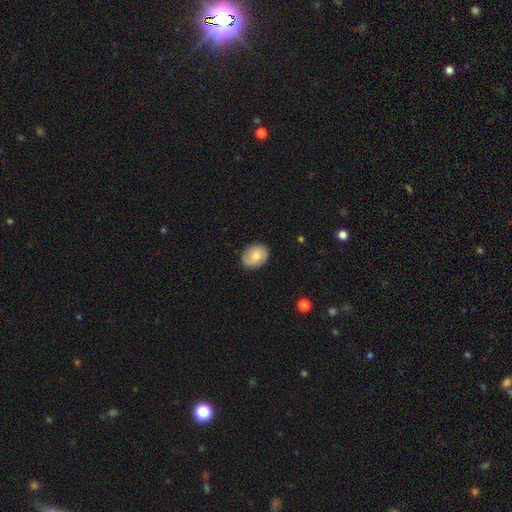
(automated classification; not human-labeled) Smooth or featured? Predicted: smooth (p=0.64). How rounded? Predicted: round (p=0.52). Merging? Predicted: none (p=0.83).